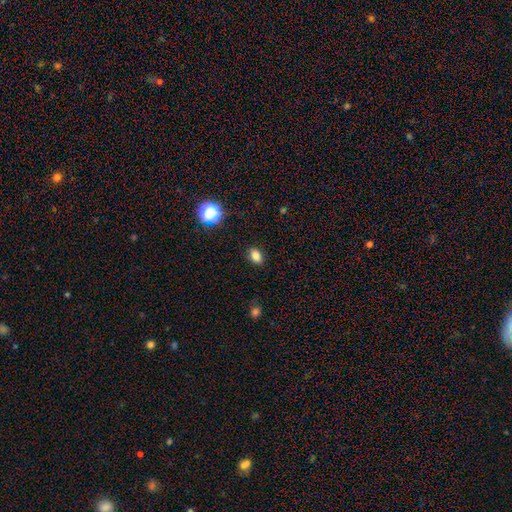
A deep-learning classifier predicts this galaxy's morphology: Smooth or featured?
  - smooth: 82% *
  - star or artifact: 13%
  - featured or disk: 5%
How rounded?
  - in between: 75% *
  - round: 24%
  - cigar-shaped: 1%
Merging?
  - none: 87% *
  - minor disturbance: 9%
  - major disturbance: 2%
  - merger: 1%